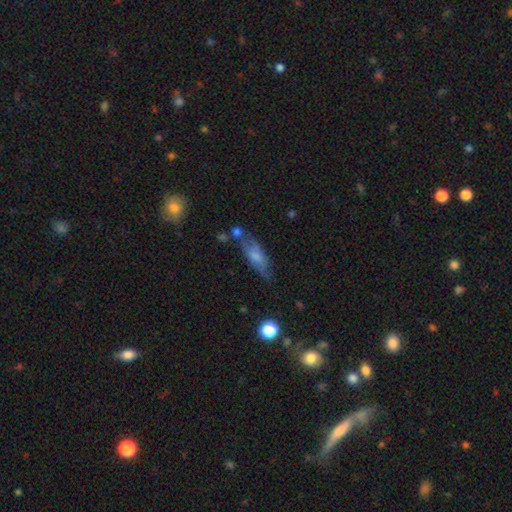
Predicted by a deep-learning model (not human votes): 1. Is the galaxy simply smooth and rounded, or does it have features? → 54% smooth, 38% featured or disk, 8% star or artifact.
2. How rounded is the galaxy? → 56% in between, 40% cigar-shaped, 3% round.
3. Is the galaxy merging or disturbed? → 57% none, 25% minor disturbance, 9% major disturbance, 9% merger.